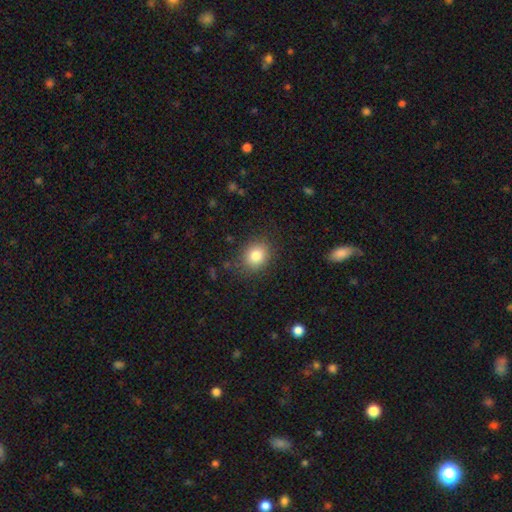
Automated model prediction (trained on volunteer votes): A smooth galaxy with no disk features (82%) that is round (63%).

Vote fractions:
- Smooth or featured? smooth: 82% / star or artifact: 10% / featured or disk: 8%
- How rounded? round: 63% / in between: 37% / cigar-shaped: 1%
- Merging? none: 85% / minor disturbance: 11% / major disturbance: 3% / merger: 1%